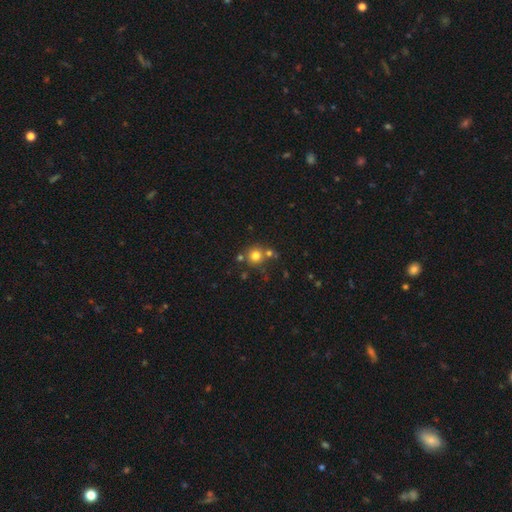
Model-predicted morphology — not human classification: smooth_or_featured: smooth (p=0.77) [alt: star or artifact p=0.14]
how_rounded: round (p=0.92) [alt: in between p=0.08]
merging: none (p=0.69) [alt: merger p=0.19]